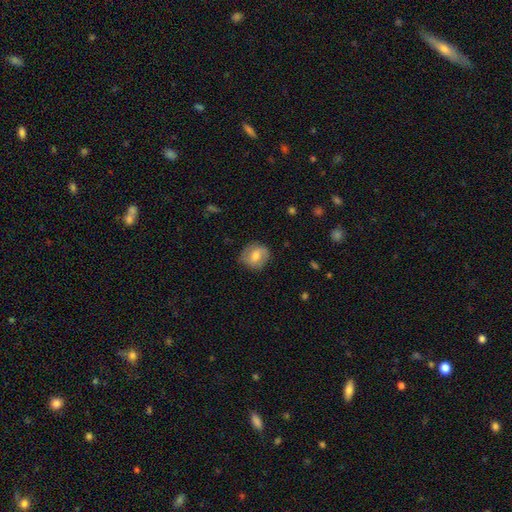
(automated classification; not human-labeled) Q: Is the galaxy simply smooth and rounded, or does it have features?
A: smooth — 63%.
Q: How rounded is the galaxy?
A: round — 69%.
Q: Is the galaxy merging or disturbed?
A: none — 76%.